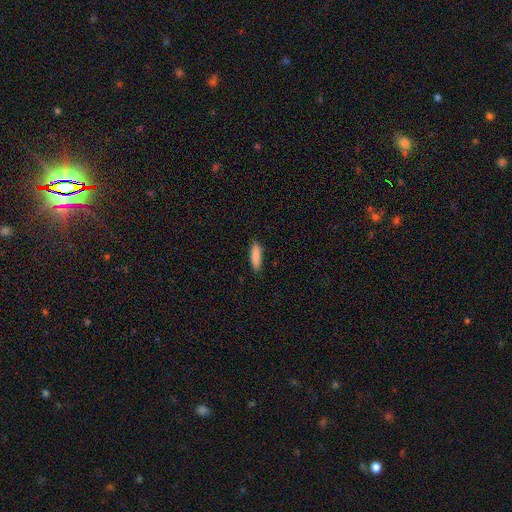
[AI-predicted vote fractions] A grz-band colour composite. It shows a smooth galaxy with no disk features (87%) that is cigar-shaped (72%). Merging: none (88%).